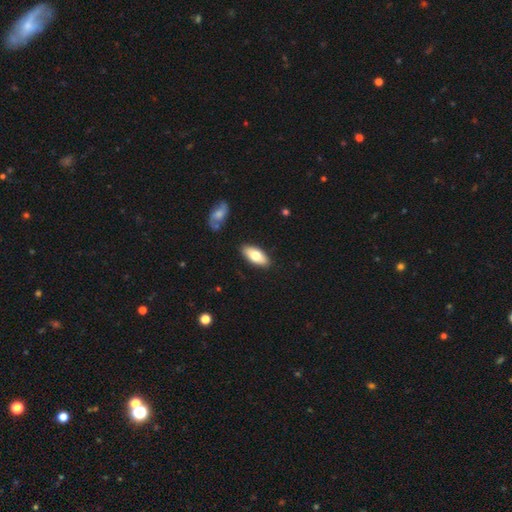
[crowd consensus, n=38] This appears to be a smooth galaxy with no disk features (76%) that is in between round and cigar-shaped (93%). Merging: none (89%).